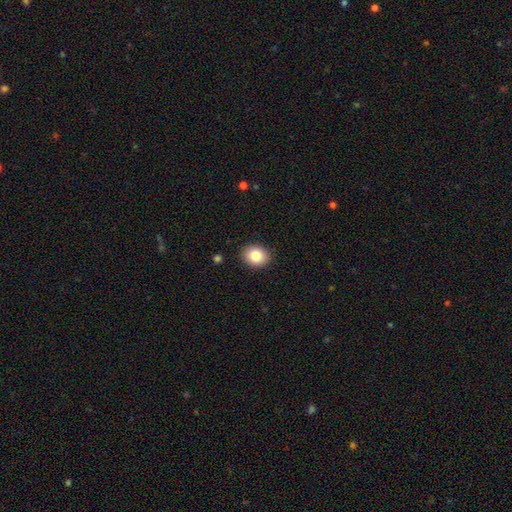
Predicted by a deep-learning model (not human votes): A smooth galaxy with no disk features (83%) that is round (57%). Merging: none (90%).